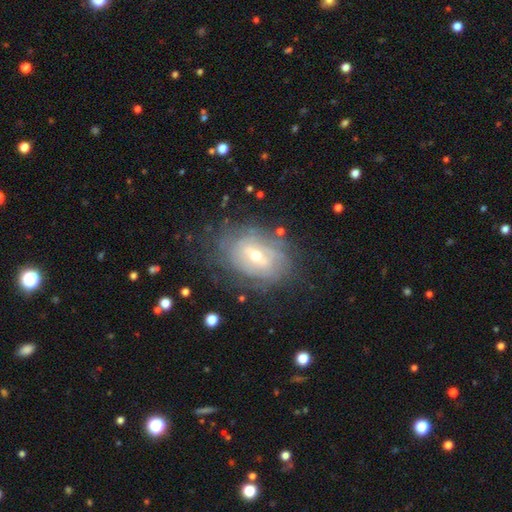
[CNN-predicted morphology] Q: Smooth or featured?
A: featured or disk (78%); runner-up: smooth (15%)
Q: Edge-on disk?
A: no (92%); runner-up: yes (8%)
Q: Bar?
A: weak (51%); runner-up: strong (31%)
Q: Spiral arms?
A: yes (77%); runner-up: no (23%)
Q: Spiral winding?
A: tight (70%); runner-up: medium (21%)
Q: Spiral arm count?
A: can't tell (61%); runner-up: 2 (16%)
Q: Bulge size?
A: moderate (54%); runner-up: small (41%)
Q: Merging?
A: none (71%); runner-up: minor disturbance (18%)